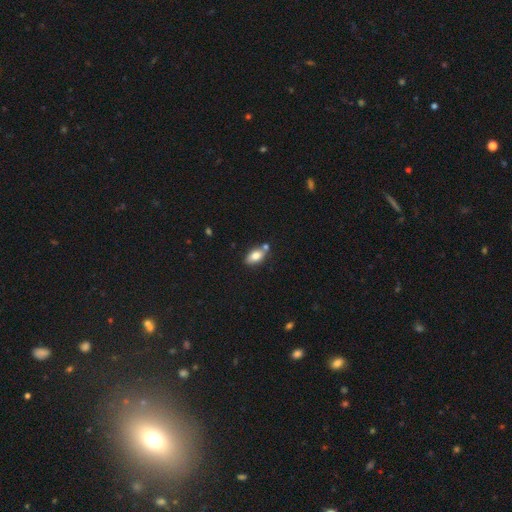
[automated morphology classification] Smooth or featured: smooth — 79% (featured or disk — 13%)
How rounded: in between — 89% (round — 6%)
Merging: none — 68% (merger — 15%)